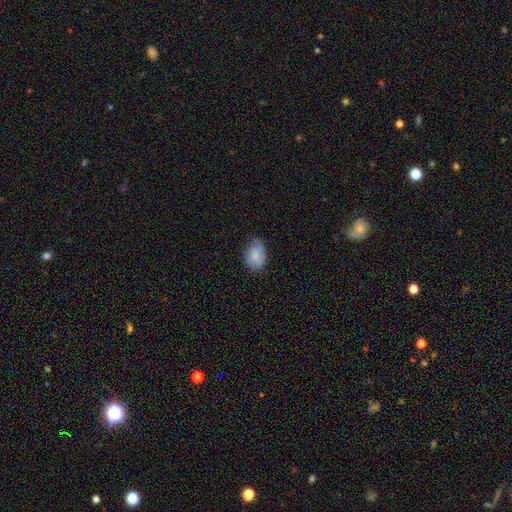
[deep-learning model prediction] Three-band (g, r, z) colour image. It shows a smooth galaxy with no disk features (82%) that is in between round and cigar-shaped (83%). Merging: none (61%).